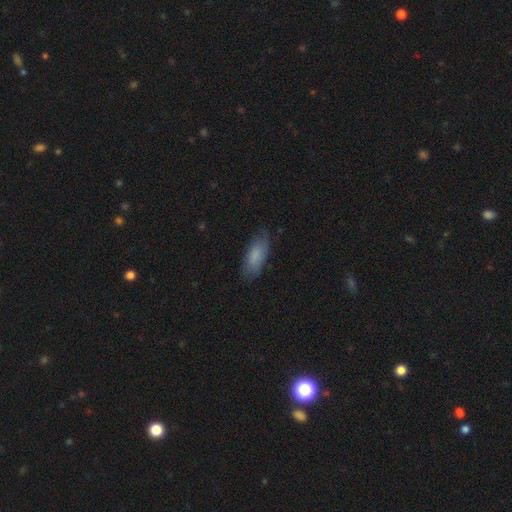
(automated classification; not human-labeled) smooth_or_featured: smooth (p=0.81) [alt: featured or disk p=0.13]
how_rounded: in between (p=0.78) [alt: cigar-shaped p=0.21]
merging: none (p=0.77) [alt: minor disturbance p=0.18]